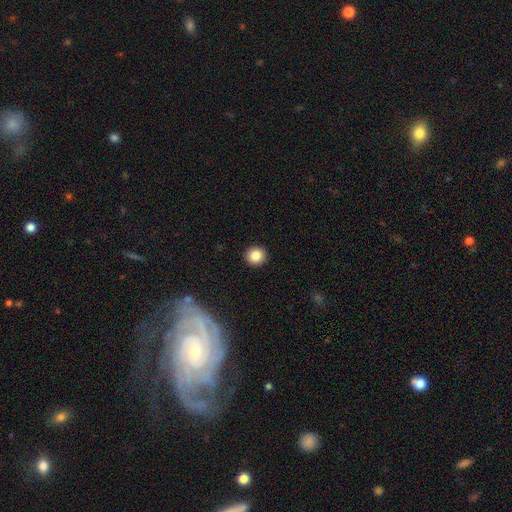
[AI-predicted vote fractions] A smooth galaxy with no disk features (84%) that is round (91%).

Vote fractions:
- Smooth or featured? smooth: 84% / star or artifact: 10% / featured or disk: 6%
- How rounded? round: 91% / in between: 8% / cigar-shaped: 1%
- Merging? none: 93% / minor disturbance: 5% / major disturbance: 2% / merger: 1%